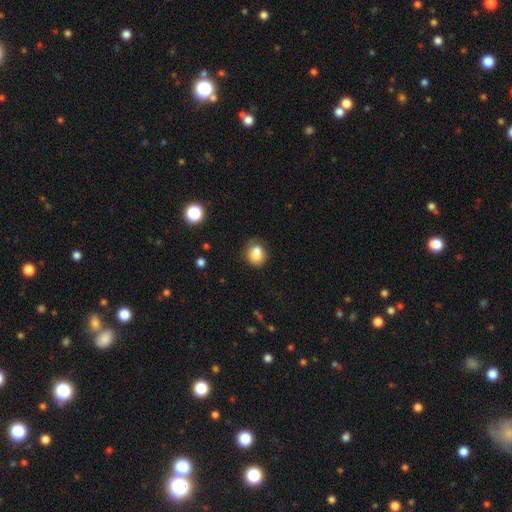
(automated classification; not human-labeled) Morphology: type=smooth (78%); roundness=round (63%); merging=none (50%).